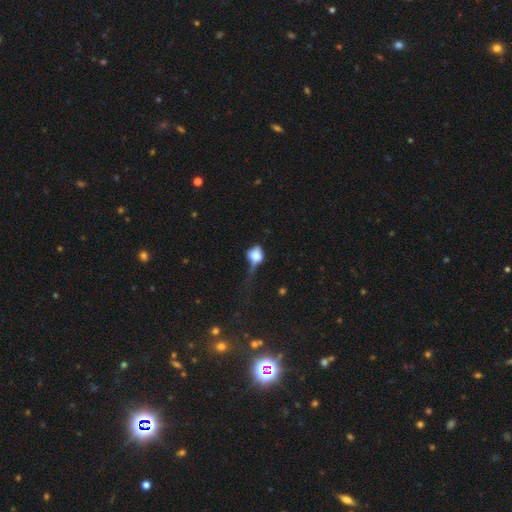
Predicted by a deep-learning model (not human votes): Q: Smooth or featured?
A: smooth (61%); runner-up: featured or disk (26%)
Q: How rounded?
A: round (61%); runner-up: in between (35%)
Q: Merging?
A: major disturbance (39%); runner-up: minor disturbance (28%)